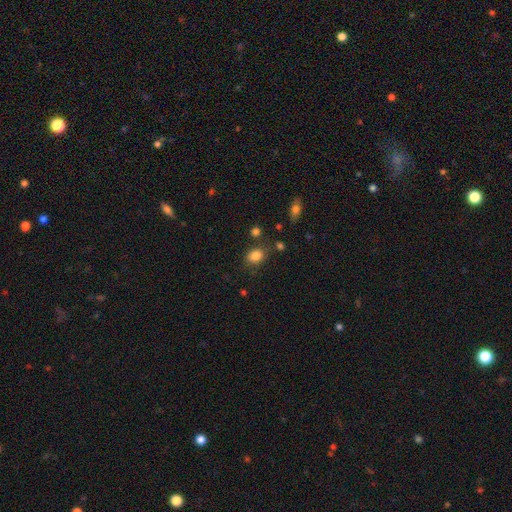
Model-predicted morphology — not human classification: This appears to be a smooth galaxy with no disk features (83%) that is in between round and cigar-shaped (57%). Merging: none (78%).